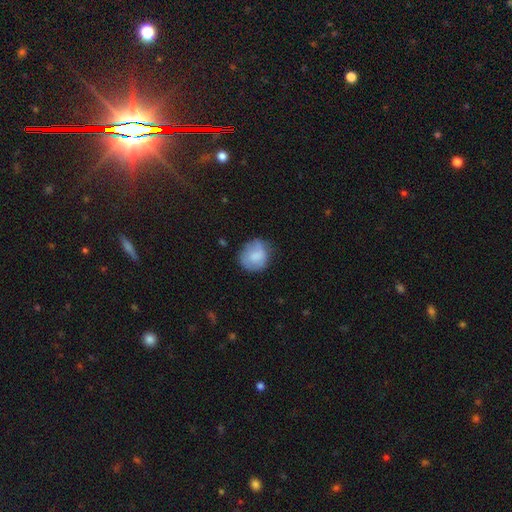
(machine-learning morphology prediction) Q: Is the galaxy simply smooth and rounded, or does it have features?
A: smooth — 73%.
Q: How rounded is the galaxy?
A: round — 78%.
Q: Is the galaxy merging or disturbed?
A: none — 61%.